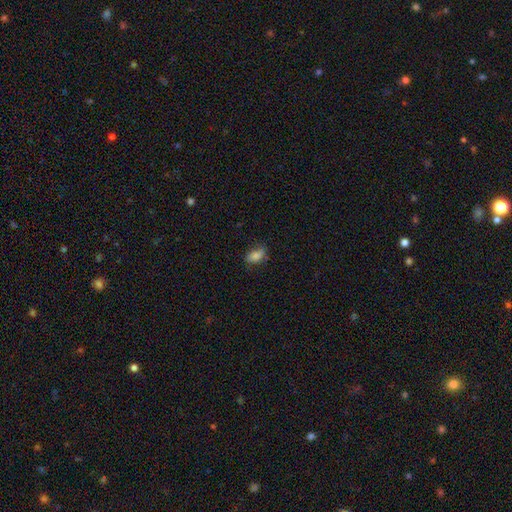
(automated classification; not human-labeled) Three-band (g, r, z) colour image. It shows a smooth galaxy with no disk features (79%) that is in between round and cigar-shaped (87%). Merging: none (68%).